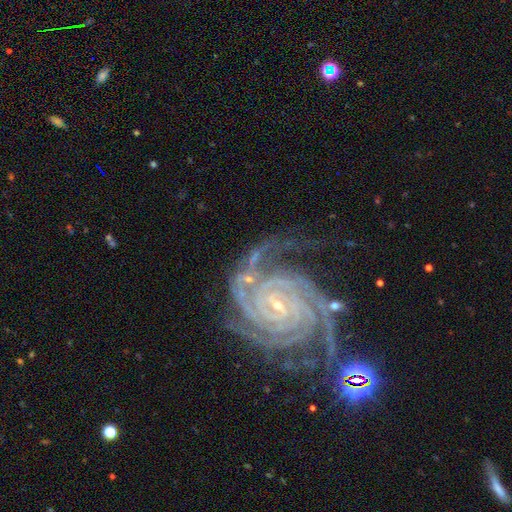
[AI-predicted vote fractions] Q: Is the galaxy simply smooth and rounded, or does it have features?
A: featured or disk — 91%.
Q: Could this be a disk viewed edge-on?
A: no — 98%.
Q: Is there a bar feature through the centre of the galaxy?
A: weak — 37%.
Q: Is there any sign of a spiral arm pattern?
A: yes — 99%.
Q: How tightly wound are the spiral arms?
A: tight — 82%.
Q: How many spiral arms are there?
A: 4 — 24%.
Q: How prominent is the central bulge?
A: small — 81%.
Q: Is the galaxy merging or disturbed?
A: none — 57%.